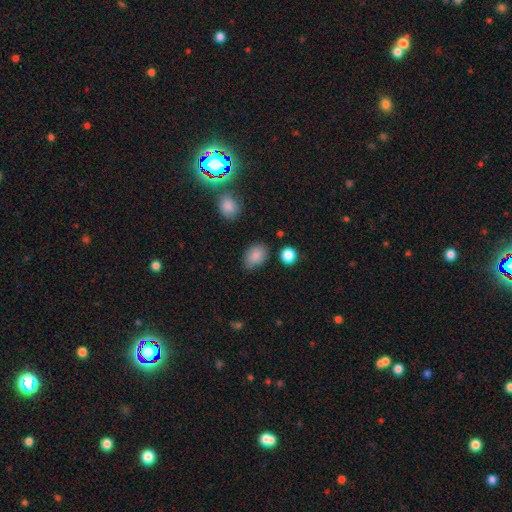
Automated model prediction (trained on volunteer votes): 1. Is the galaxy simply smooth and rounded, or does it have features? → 85% smooth, 9% star or artifact, 6% featured or disk.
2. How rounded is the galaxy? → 78% in between, 21% round, 1% cigar-shaped.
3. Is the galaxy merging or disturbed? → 73% none, 19% minor disturbance, 4% major disturbance, 3% merger.